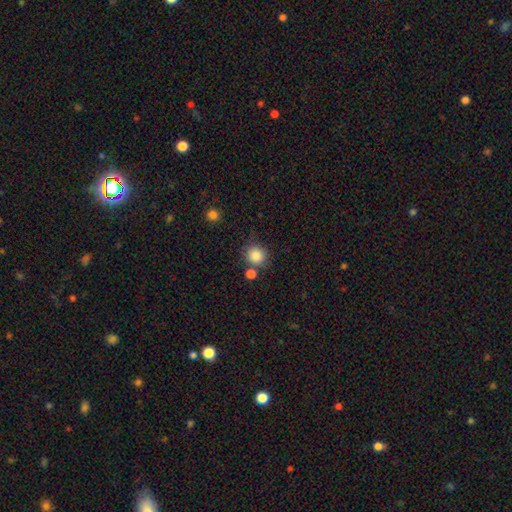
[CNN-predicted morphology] Smooth or featured?
  - smooth: 85% *
  - star or artifact: 10%
  - featured or disk: 5%
How rounded?
  - round: 90% *
  - in between: 9%
  - cigar-shaped: 1%
Merging?
  - none: 74% *
  - merger: 12%
  - minor disturbance: 11%
  - major disturbance: 4%